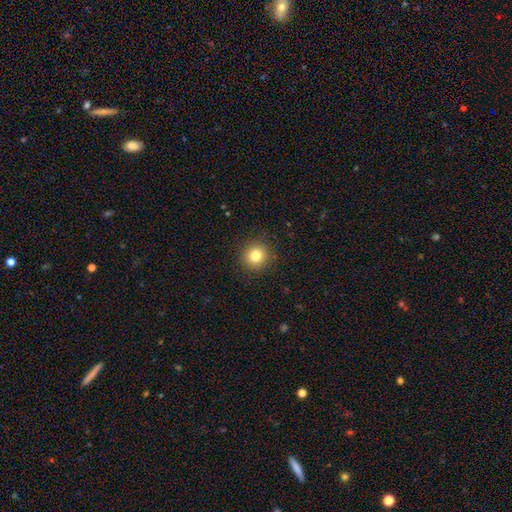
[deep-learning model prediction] smooth-or-featured: smooth: 80% | star or artifact: 12% | featured or disk: 7%
  how-rounded: round: 91% | in between: 8% | cigar-shaped: 1%
  merging: none: 91% | minor disturbance: 6% | major disturbance: 2% | merger: 1%